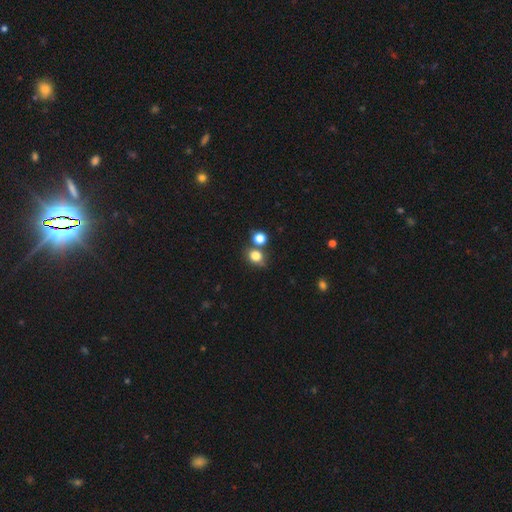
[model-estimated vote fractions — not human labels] This appears to be a smooth galaxy with no disk features (79%) that is round (65%). Merging: none (58%).